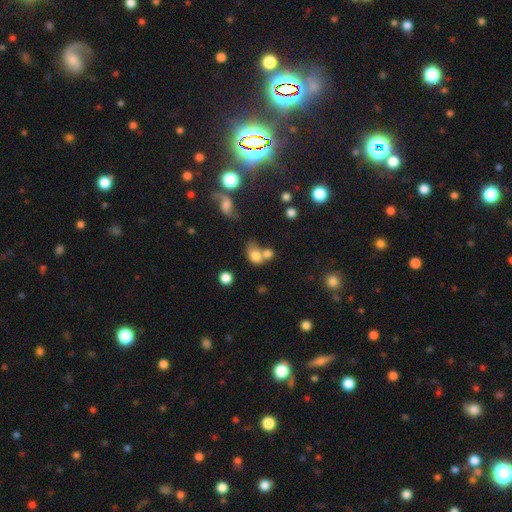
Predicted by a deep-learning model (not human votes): Smooth or featured?
  - smooth: 76% *
  - featured or disk: 13%
  - star or artifact: 11%
How rounded?
  - in between: 64% *
  - round: 34%
  - cigar-shaped: 2%
Merging?
  - merger: 52% *
  - none: 29%
  - minor disturbance: 11%
  - major disturbance: 8%